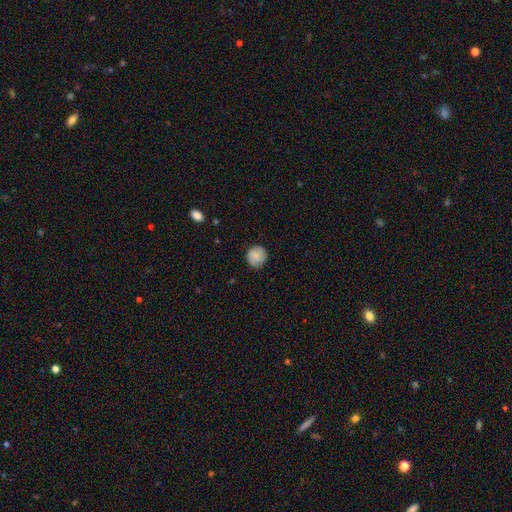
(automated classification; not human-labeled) smooth 72%, featured or disk 21%, star or artifact 8%. Down the decision tree: how rounded — round (90%); merging — none (83%).